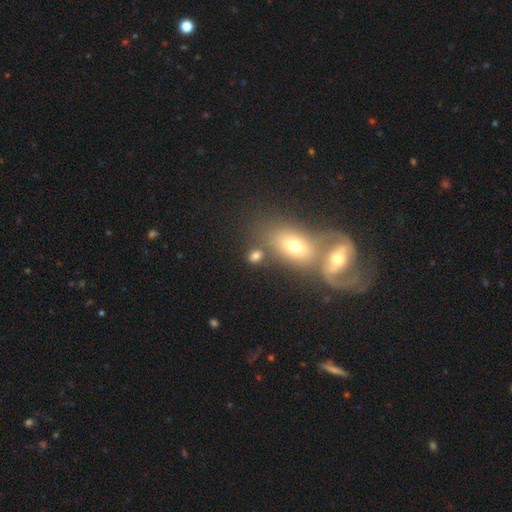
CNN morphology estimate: A smooth galaxy with no disk features (74%) that is in between round and cigar-shaped (63%). Merging: none (68%).